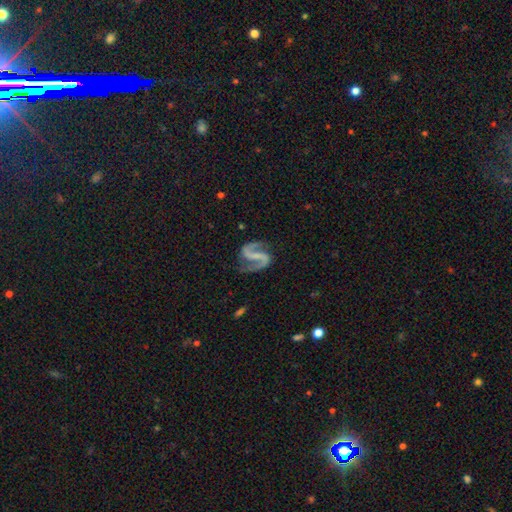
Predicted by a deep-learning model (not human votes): Smooth or featured? Predicted: featured or disk (p=0.92). Edge-on disk? Predicted: no (p=0.98). Bar? Predicted: strong (p=0.47). Spiral arms? Predicted: yes (p=0.98). Spiral winding? Predicted: medium (p=0.54). Spiral arm count? Predicted: 2 (p=0.94). Bulge size? Predicted: none (p=0.49). Merging? Predicted: none (p=0.79).